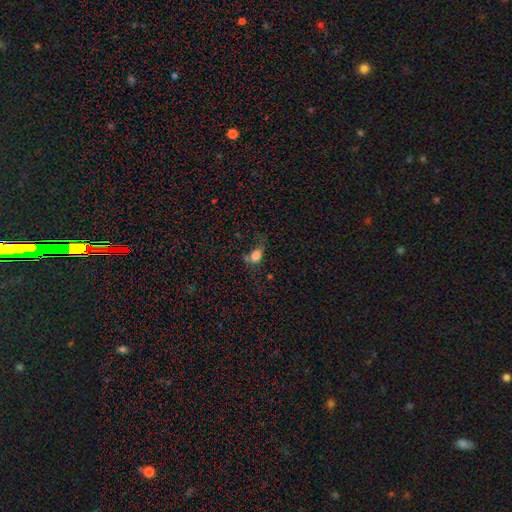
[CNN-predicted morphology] Smooth or featured? smooth (80%)
How rounded? in between (76%)
Merging? none (47%)